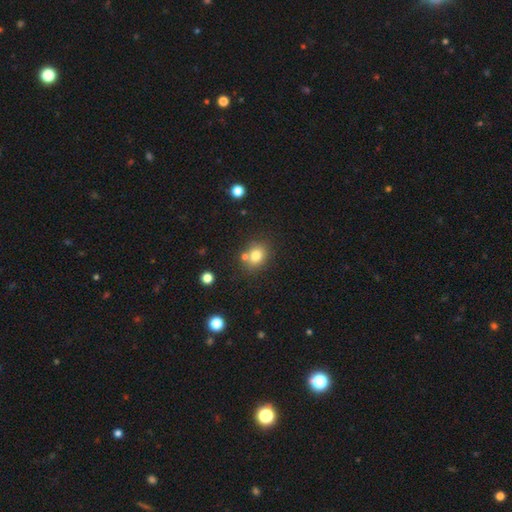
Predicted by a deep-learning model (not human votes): Smooth or featured? smooth (78%)
How rounded? round (64%)
Merging? none (68%)